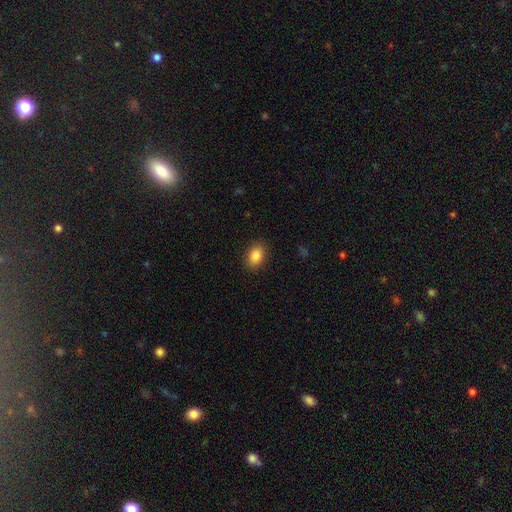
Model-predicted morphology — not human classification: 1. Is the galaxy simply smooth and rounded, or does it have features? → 86% smooth, 8% star or artifact, 5% featured or disk.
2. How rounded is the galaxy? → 78% in between, 20% round, 1% cigar-shaped.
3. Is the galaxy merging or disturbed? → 89% none, 8% minor disturbance, 2% major disturbance, 1% merger.